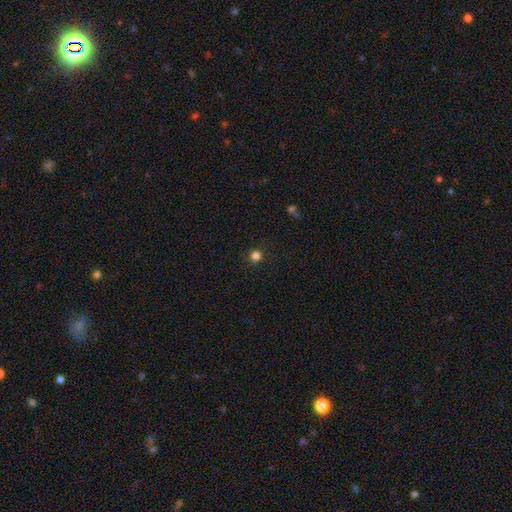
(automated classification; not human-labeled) Morphology: type=smooth (79%); roundness=round (92%); merging=none (89%).